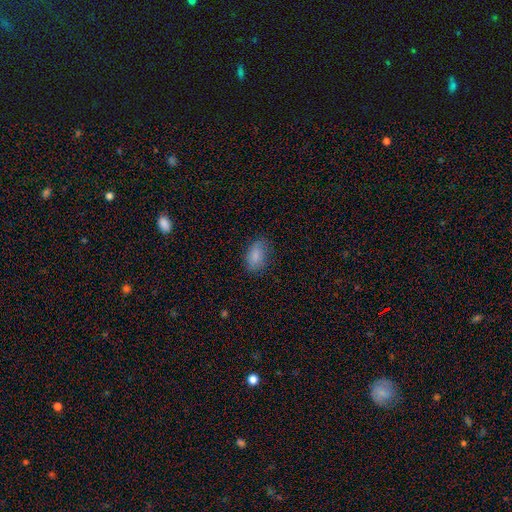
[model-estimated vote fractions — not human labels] Smooth or featured: smooth — 84% (featured or disk — 8%)
How rounded: in between — 90% (round — 8%)
Merging: none — 76% (minor disturbance — 18%)